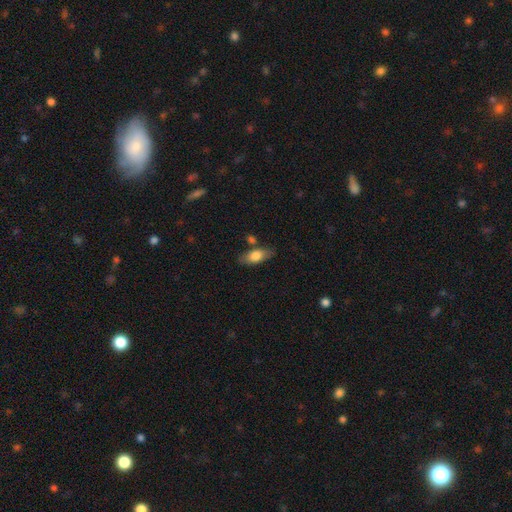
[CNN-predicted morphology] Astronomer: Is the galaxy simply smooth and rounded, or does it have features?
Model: smooth — 74%.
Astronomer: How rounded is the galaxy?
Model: in between — 80%.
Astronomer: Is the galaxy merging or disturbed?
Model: none — 73%.